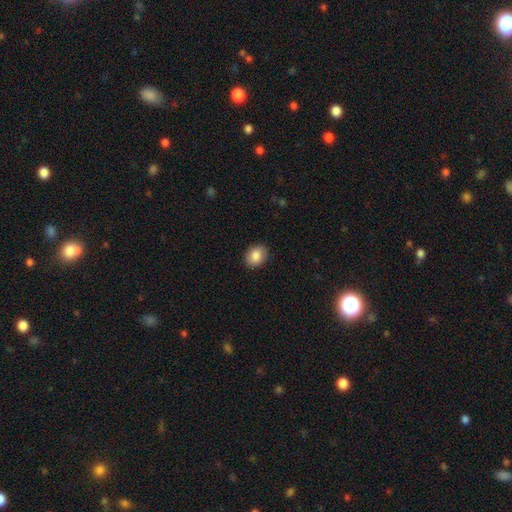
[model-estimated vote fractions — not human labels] A smooth galaxy with no disk features (86%) that is in between round and cigar-shaped (61%). Merging: none (89%).